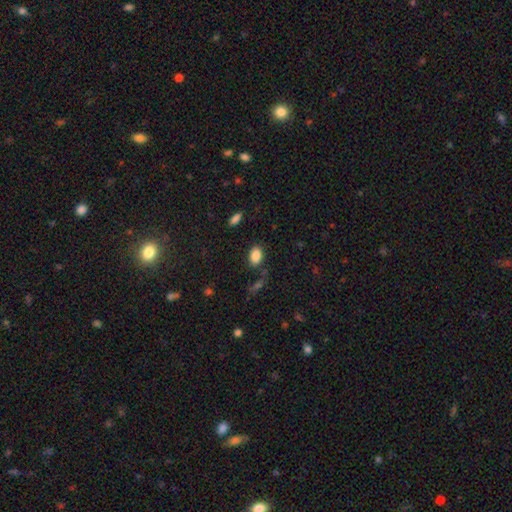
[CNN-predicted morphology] Smooth or featured?
  - smooth: 86% *
  - star or artifact: 9%
  - featured or disk: 5%
How rounded?
  - in between: 82% *
  - round: 16%
  - cigar-shaped: 1%
Merging?
  - none: 80% *
  - minor disturbance: 12%
  - major disturbance: 4%
  - merger: 3%